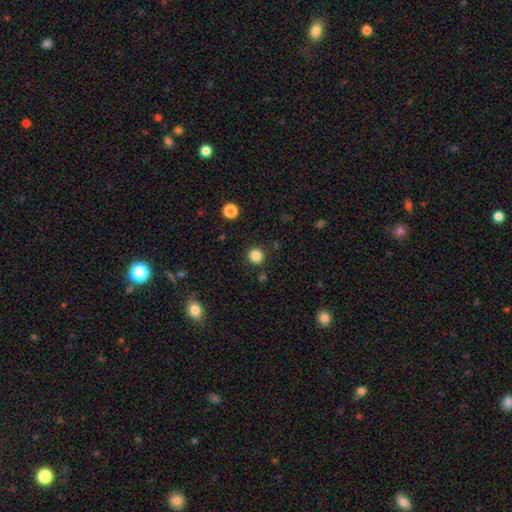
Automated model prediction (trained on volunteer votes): Q: Smooth or featured?
A: smooth (85%); runner-up: star or artifact (12%)
Q: How rounded?
A: round (94%); runner-up: in between (5%)
Q: Merging?
A: none (90%); runner-up: minor disturbance (5%)